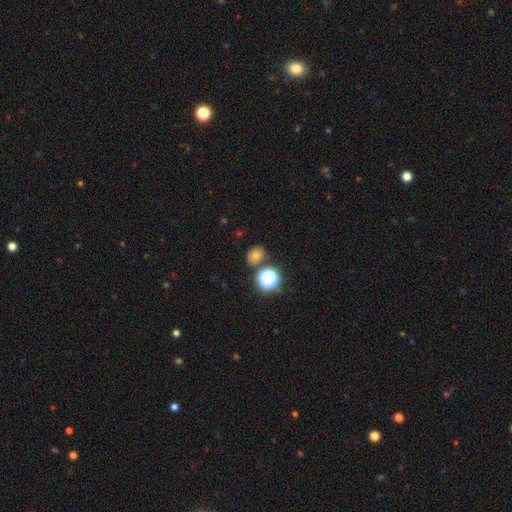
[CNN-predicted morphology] A smooth galaxy with no disk features (61%) that is round (69%).

Vote fractions:
- Smooth or featured? smooth: 61% / star or artifact: 30% / featured or disk: 9%
- How rounded? round: 69% / in between: 30% / cigar-shaped: 1%
- Merging? none: 77% / minor disturbance: 10% / merger: 10% / major disturbance: 3%